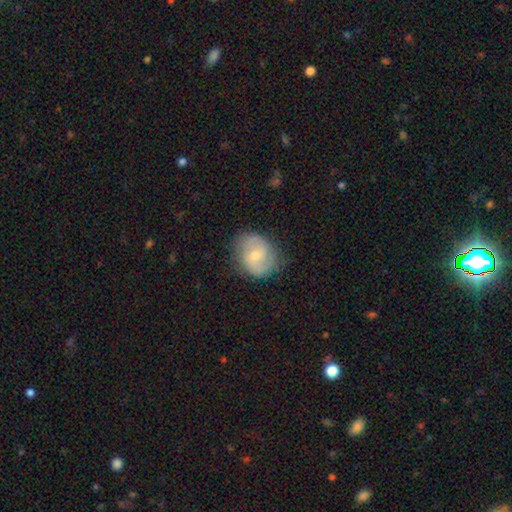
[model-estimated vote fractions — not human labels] Morphology: type=featured or disk (61%); edge-on=no (97%); bar=weak (47%); spiral arms=yes (87%); winding=medium (47%); arm count=2 (81%); bulge=small (50%); merging=none (74%).